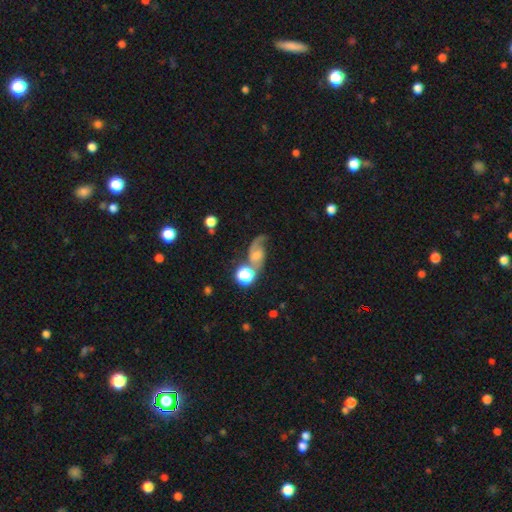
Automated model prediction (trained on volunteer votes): Morphology: type=featured or disk (64%); edge-on=no (95%); bar=no (65%); spiral arms=yes (91%); winding=loose (49%); arm count=2 (64%); bulge=moderate (35%); merging=none (52%).